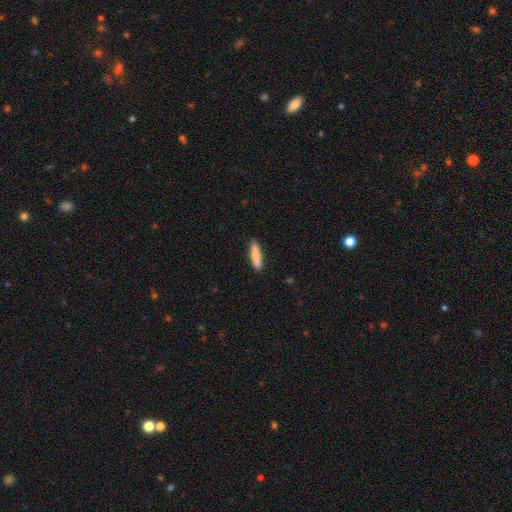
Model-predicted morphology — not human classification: Smooth or featured: smooth — 79% (featured or disk — 16%)
How rounded: cigar-shaped — 80% (in between — 18%)
Merging: none — 88% (minor disturbance — 9%)